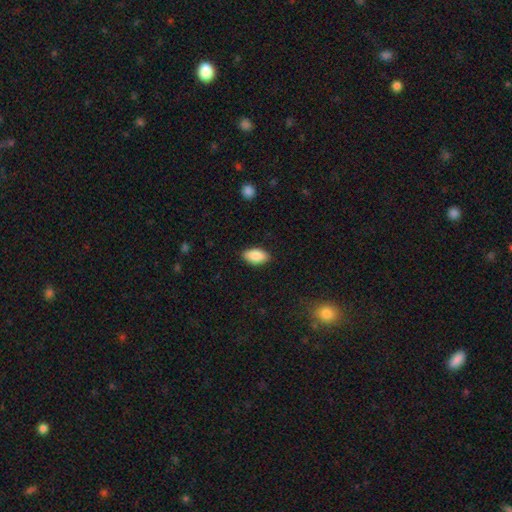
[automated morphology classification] Smooth or featured? smooth (88%)
How rounded? in between (94%)
Merging? none (87%)